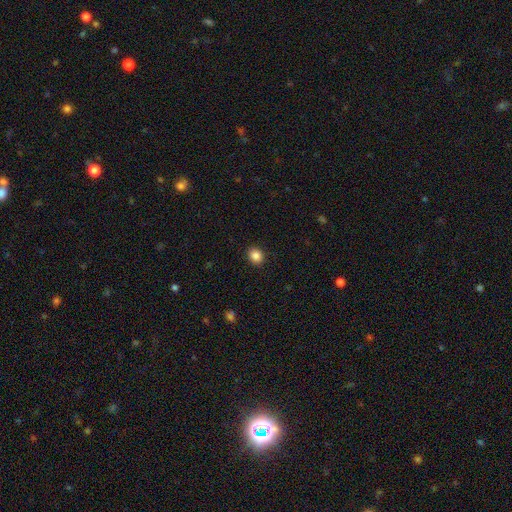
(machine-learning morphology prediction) smooth_or_featured: smooth (p=0.86) [alt: star or artifact p=0.11]
how_rounded: round (p=0.79) [alt: in between p=0.20]
merging: none (p=0.92) [alt: minor disturbance p=0.06]